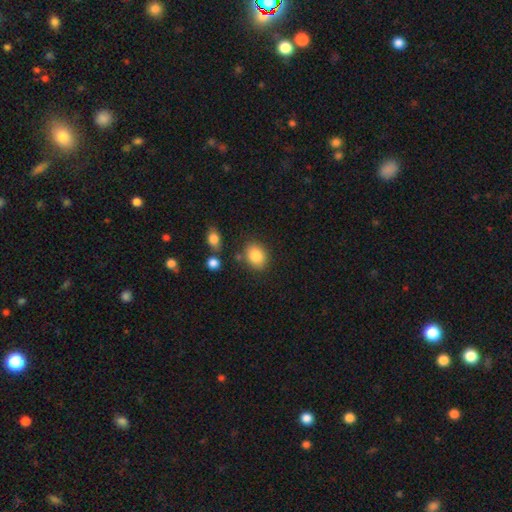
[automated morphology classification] The model was most divided on "how rounded": in between: 52%, round: 47%, cigar-shaped: 1%. More confident: smooth or featured — smooth (84%); merging — none (78%).